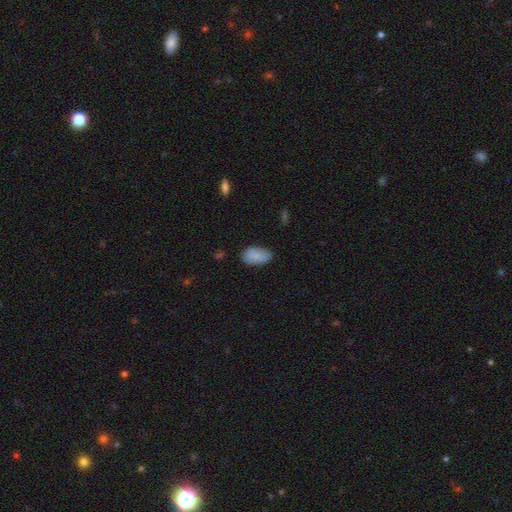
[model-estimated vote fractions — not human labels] This appears to be a smooth galaxy with no disk features (84%) that is in between round and cigar-shaped (93%). Merging: none (68%).